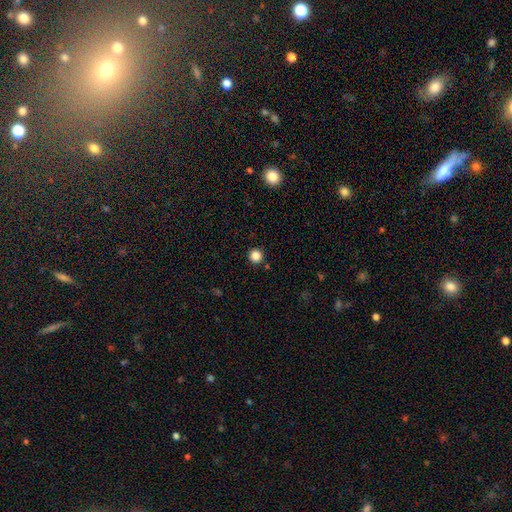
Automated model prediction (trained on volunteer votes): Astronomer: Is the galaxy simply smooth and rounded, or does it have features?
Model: smooth — 85%.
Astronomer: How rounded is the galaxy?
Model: round — 95%.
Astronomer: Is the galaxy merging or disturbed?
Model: none — 92%.